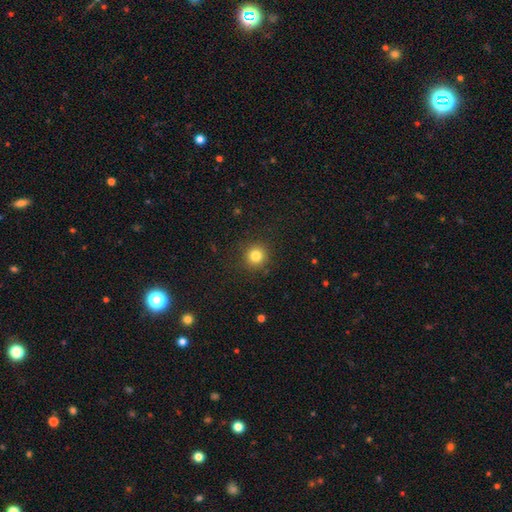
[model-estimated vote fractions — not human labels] This appears to be a smooth galaxy with no disk features (82%) that is round (93%). Merging: none (90%).